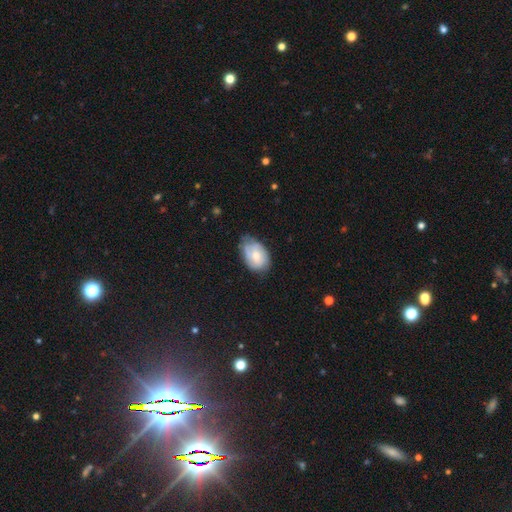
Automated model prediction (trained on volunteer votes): This appears to be a smooth galaxy with no disk features (56%) that is in between round and cigar-shaped (86%). Merging: none (51%).